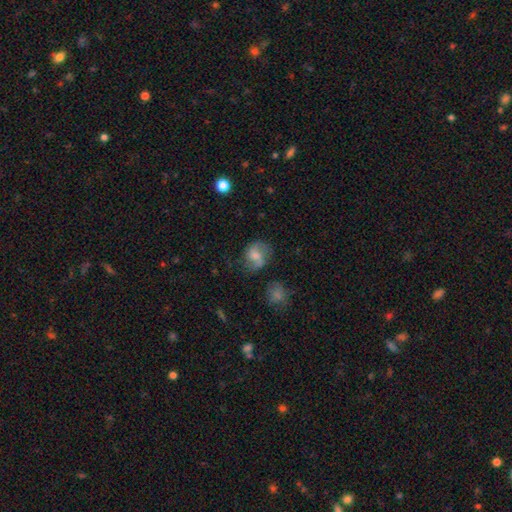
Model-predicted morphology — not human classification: type=featured or disk (47%); merging=none (62%).